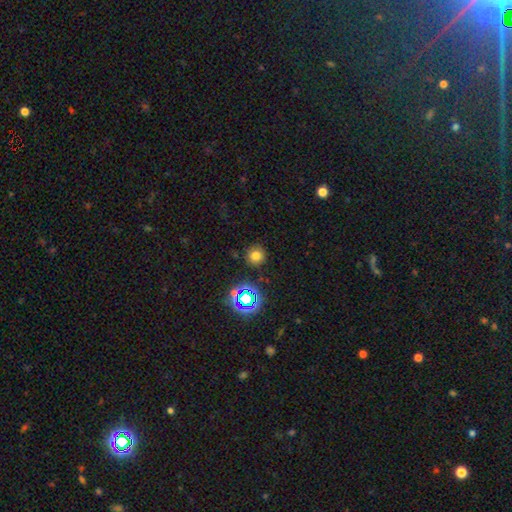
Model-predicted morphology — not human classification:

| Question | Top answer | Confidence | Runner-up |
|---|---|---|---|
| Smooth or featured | smooth | 71% | star or artifact (22%) |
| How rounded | round | 93% | in between (7%) |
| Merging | none | 86% | minor disturbance (9%) |